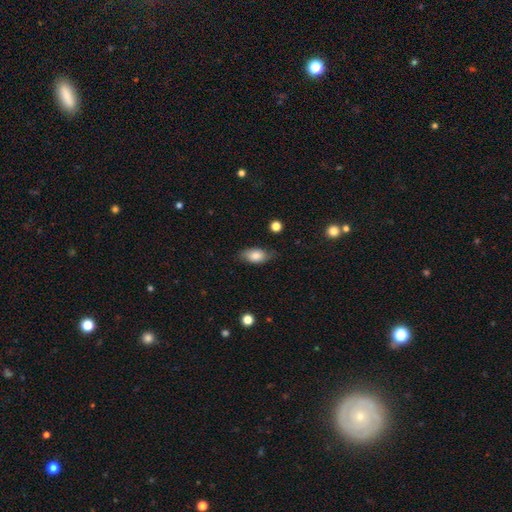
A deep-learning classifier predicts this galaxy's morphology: This appears to be a smooth galaxy with no disk features (80%) that is in between round and cigar-shaped (90%). Merging: none (73%).